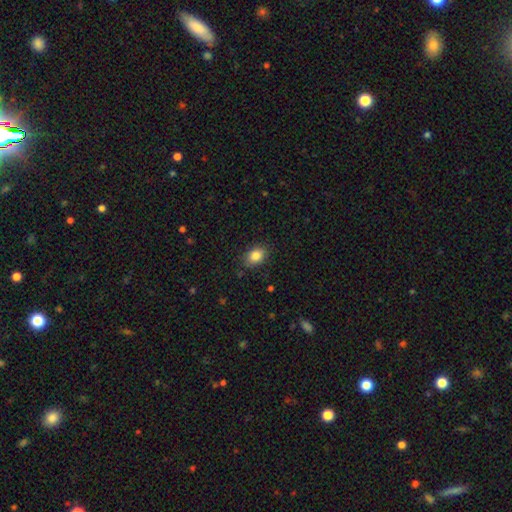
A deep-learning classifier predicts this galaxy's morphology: smooth-or-featured: smooth: 85% | star or artifact: 9% | featured or disk: 6%
  how-rounded: in between: 75% | round: 24% | cigar-shaped: 1%
  merging: none: 85% | minor disturbance: 11% | major disturbance: 3% | merger: 1%